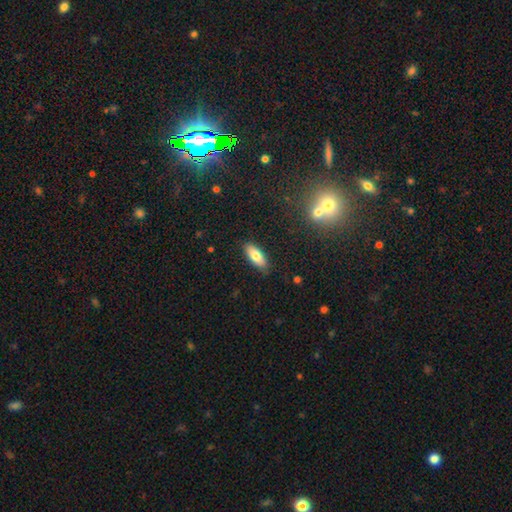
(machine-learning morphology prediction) smooth-or-featured: smooth: 77% | featured or disk: 16% | star or artifact: 7%
  how-rounded: in between: 76% | cigar-shaped: 21% | round: 2%
  merging: none: 87% | minor disturbance: 10% | major disturbance: 2% | merger: 1%